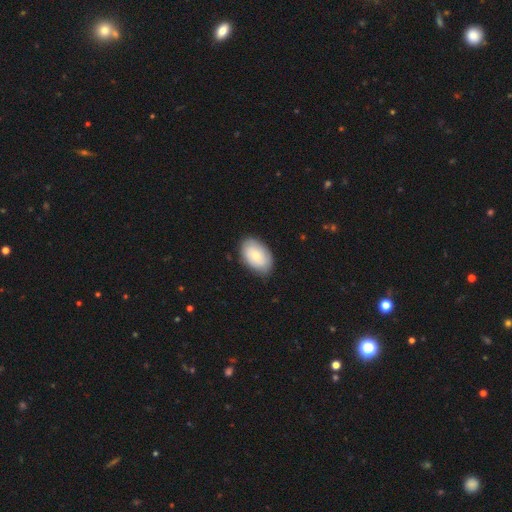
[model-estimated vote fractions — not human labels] A smooth galaxy with no disk features (72%) that is in between round and cigar-shaped (92%). Merging: none (81%).